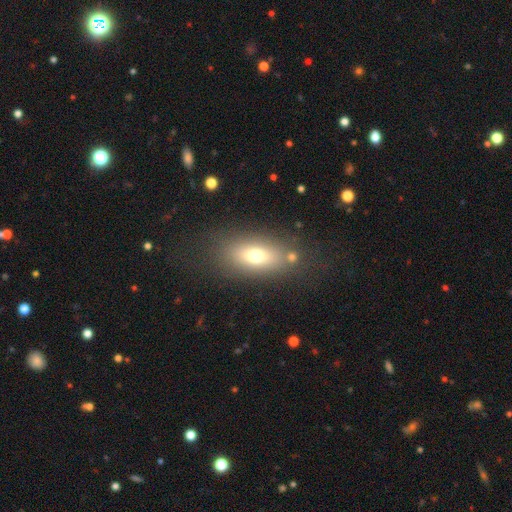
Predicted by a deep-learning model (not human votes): Smooth or featured? Predicted: smooth (p=0.69). How rounded? Predicted: in between (p=0.79). Merging? Predicted: none (p=0.74).